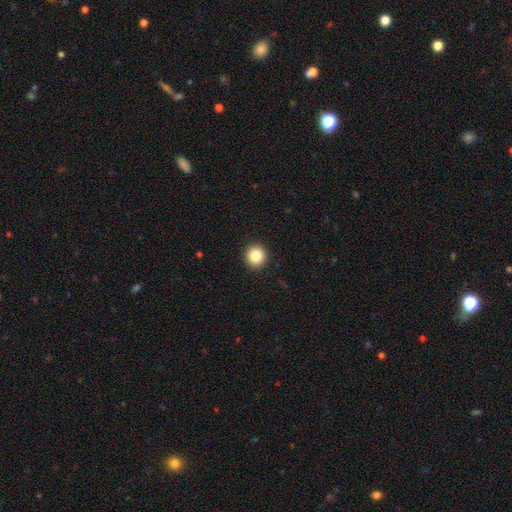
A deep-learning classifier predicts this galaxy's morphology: smooth 87%, star or artifact 9%, featured or disk 4%. Down the decision tree: how rounded — round (91%); merging — none (92%).